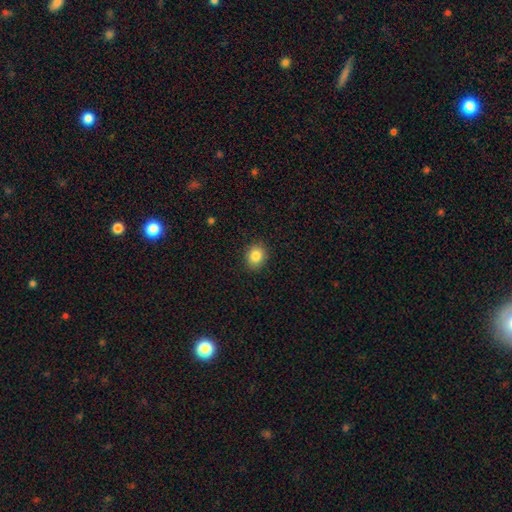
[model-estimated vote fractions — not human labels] The model was most divided on "how rounded": round: 68%, in between: 31%, cigar-shaped: 1%. More confident: merging — none (89%); smooth or featured — smooth (85%).